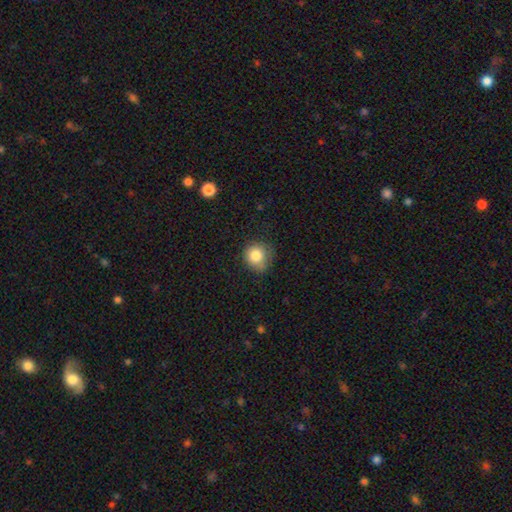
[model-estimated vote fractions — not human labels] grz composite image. It shows a smooth galaxy with no disk features (83%) that is round (86%). Merging: none (68%).